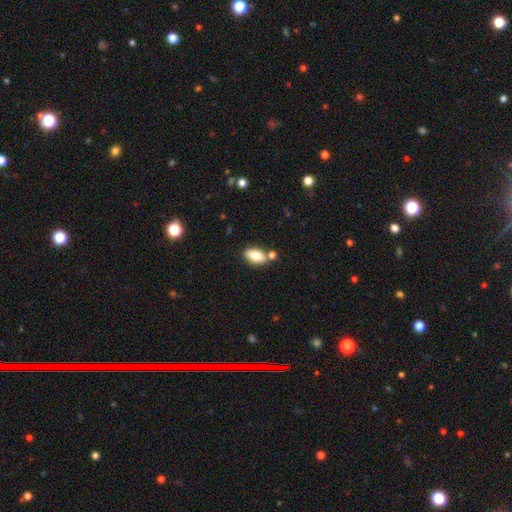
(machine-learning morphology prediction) The model was most divided on "merging": none: 71%, merger: 15%, minor disturbance: 12%, major disturbance: 3%. More confident: how rounded — in between (88%); smooth or featured — smooth (77%).